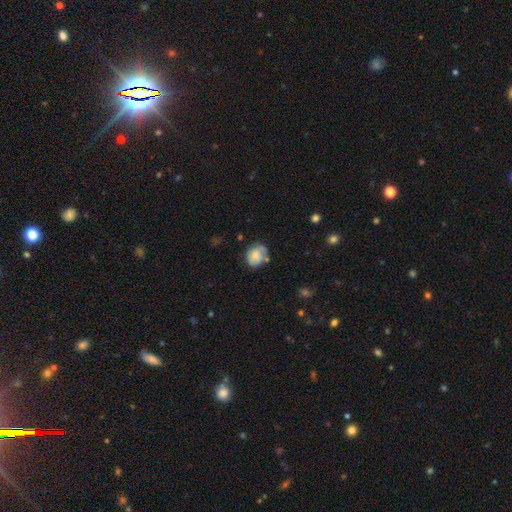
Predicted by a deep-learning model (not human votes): smooth_or_featured: smooth (p=0.71) [alt: featured or disk p=0.21]
how_rounded: round (p=0.57) [alt: in between p=0.42]
merging: none (p=0.57) [alt: minor disturbance p=0.28]